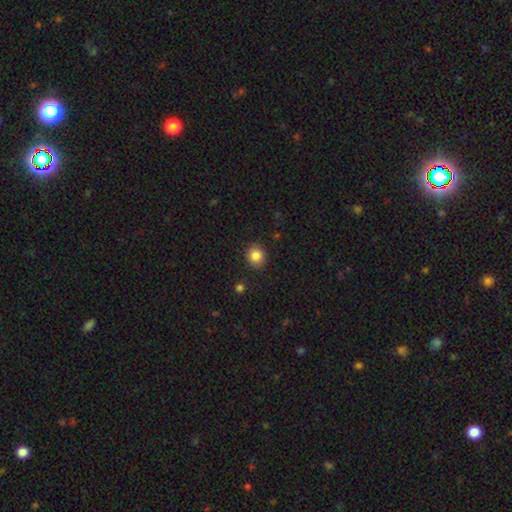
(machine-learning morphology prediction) Smooth or featured? smooth (86%)
How rounded? round (80%)
Merging? none (88%)